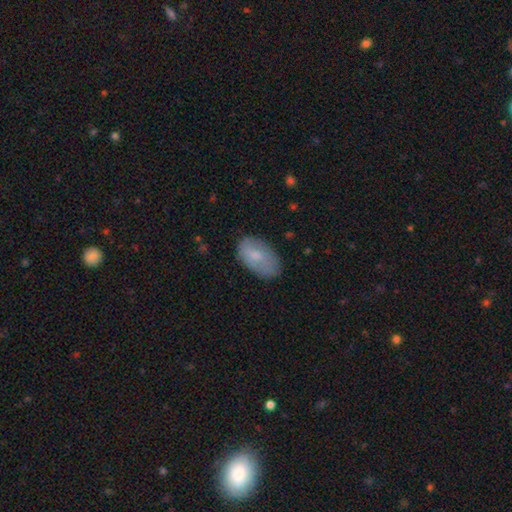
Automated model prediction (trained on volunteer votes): smooth 74%, featured or disk 20%, star or artifact 7%. Down the decision tree: how rounded — in between (94%); merging — none (73%).